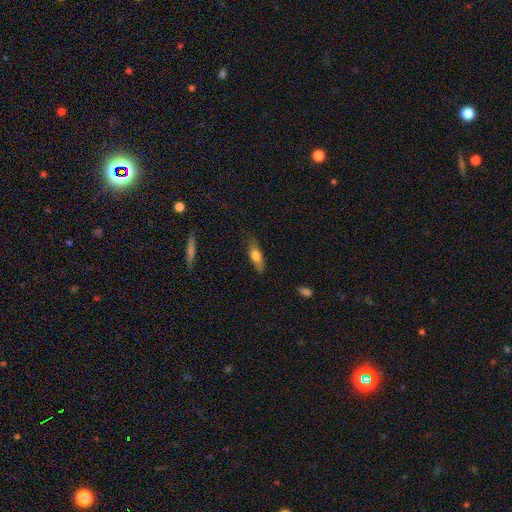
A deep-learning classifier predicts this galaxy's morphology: Smooth or featured? smooth (64%)
How rounded? in between (52%)
Merging? none (77%)